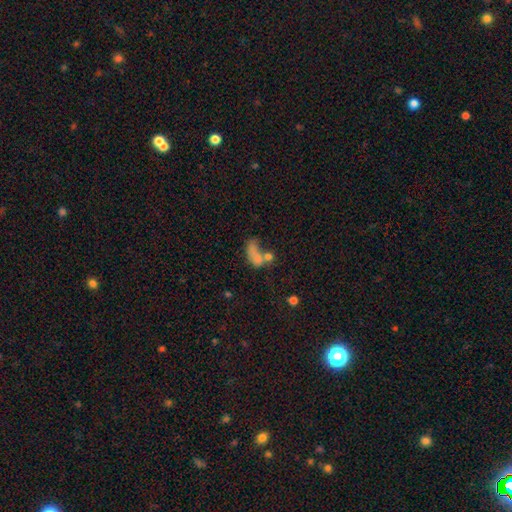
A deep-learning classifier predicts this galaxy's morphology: This appears to be a smooth galaxy with no disk features (65%) that is in between round and cigar-shaped (79%). Merging: merger (41%).